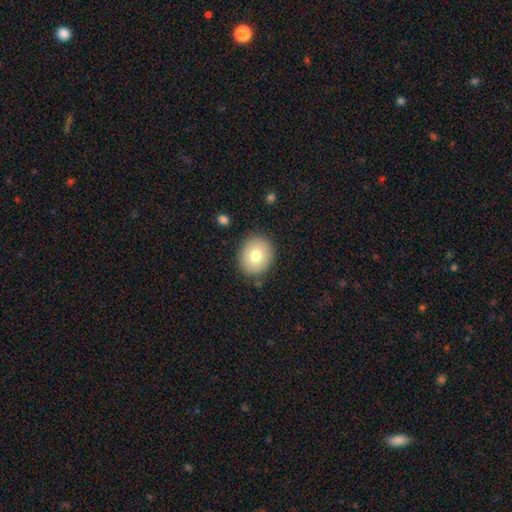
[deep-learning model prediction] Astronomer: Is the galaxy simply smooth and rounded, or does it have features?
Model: smooth — 77%.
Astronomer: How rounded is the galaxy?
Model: round — 63%.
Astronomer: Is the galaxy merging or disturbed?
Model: none — 87%.